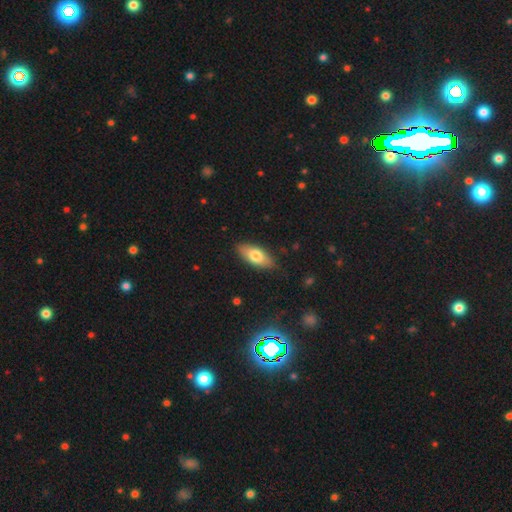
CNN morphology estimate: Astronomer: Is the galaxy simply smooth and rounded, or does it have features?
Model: smooth — 73%.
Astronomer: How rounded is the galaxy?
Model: in between — 84%.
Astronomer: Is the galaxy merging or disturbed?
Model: none — 84%.